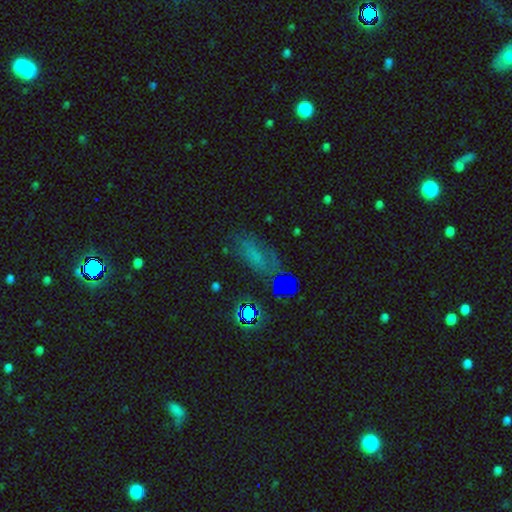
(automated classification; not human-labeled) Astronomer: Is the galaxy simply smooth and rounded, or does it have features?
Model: star or artifact — 46% (runner-up: smooth, 35%).